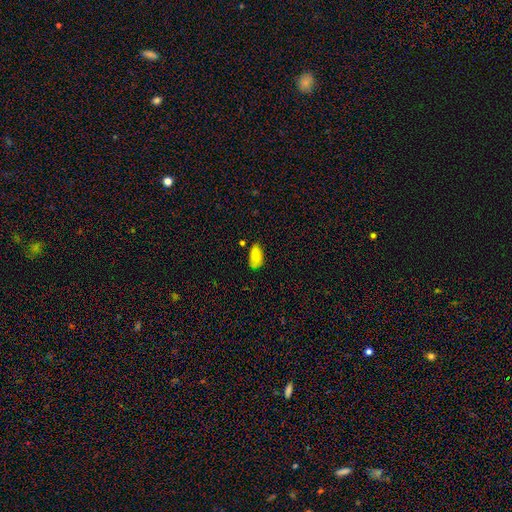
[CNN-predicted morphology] A smooth galaxy with no disk features (81%) that is in between round and cigar-shaped (93%). Merging: none (64%).